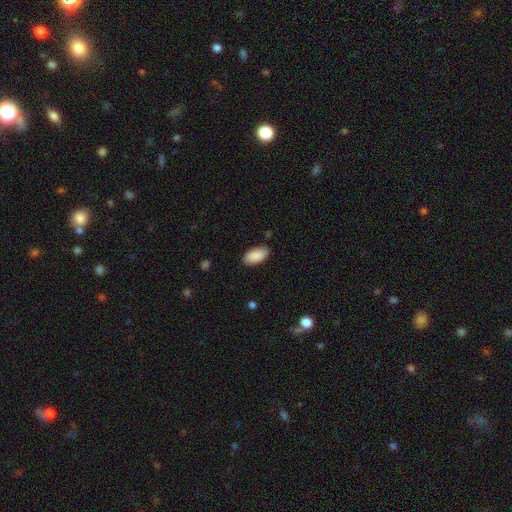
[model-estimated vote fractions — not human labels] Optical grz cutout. It shows a smooth galaxy with no disk features (90%) that is in between round and cigar-shaped (95%). Merging: none (86%).